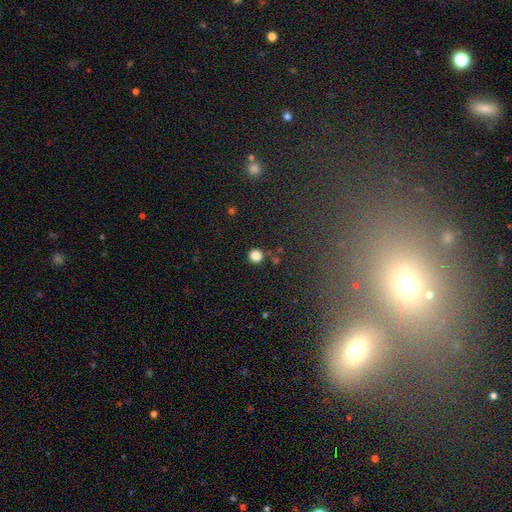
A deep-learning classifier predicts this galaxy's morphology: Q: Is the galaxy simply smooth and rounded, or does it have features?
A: smooth — 82%.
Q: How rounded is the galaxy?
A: round — 93%.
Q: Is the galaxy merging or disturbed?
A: none — 89%.